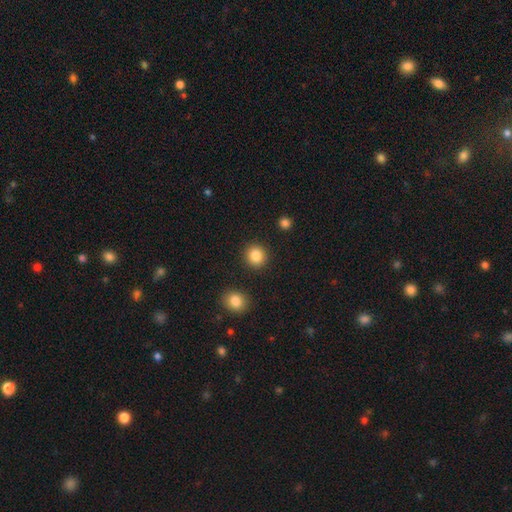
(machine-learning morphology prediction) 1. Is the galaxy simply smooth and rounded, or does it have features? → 86% smooth, 10% star or artifact, 5% featured or disk.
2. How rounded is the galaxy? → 92% round, 8% in between, 1% cigar-shaped.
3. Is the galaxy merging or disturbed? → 90% none, 5% minor disturbance, 2% merger, 2% major disturbance.